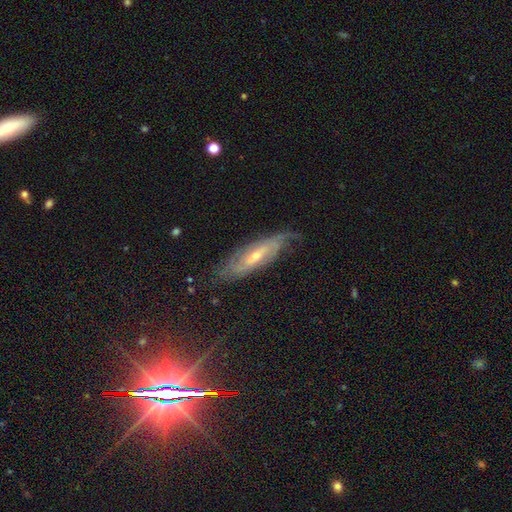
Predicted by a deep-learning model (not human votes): This appears to be a featured or disk galaxy (76%) with a weak bar (41%), spiral arms (89%) and a small central bulge (59%). Merging: none (69%).